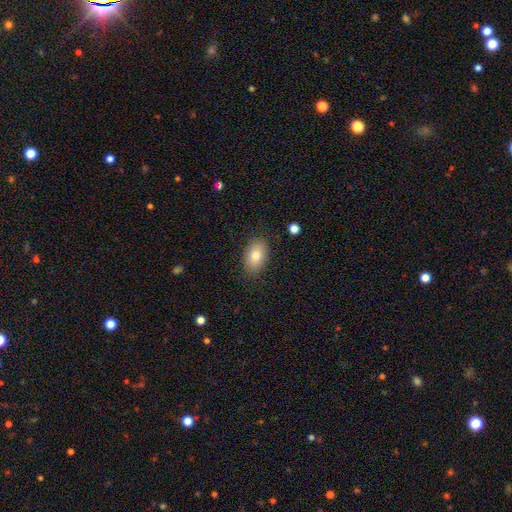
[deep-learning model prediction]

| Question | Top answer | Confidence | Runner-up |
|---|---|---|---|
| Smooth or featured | smooth | 78% | featured or disk (13%) |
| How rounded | in between | 89% | round (10%) |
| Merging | none | 86% | minor disturbance (11%) |